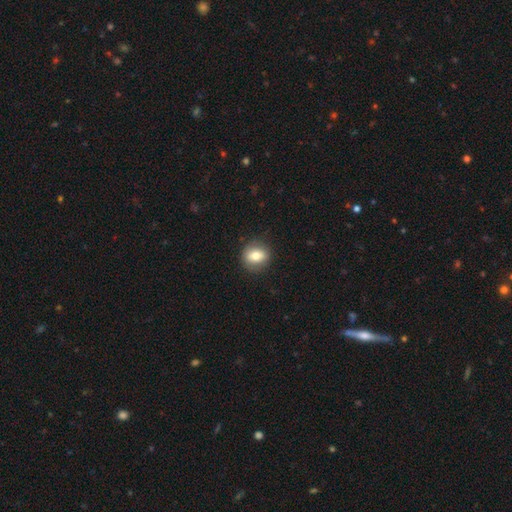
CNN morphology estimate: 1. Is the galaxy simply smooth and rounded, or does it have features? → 74% smooth, 17% featured or disk, 9% star or artifact.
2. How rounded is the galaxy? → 68% round, 31% in between, 1% cigar-shaped.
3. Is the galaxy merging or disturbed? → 85% none, 11% minor disturbance, 3% major disturbance, 1% merger.